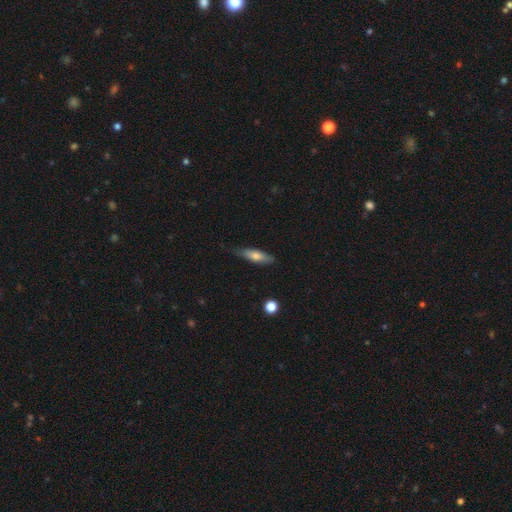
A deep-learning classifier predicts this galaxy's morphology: This appears to be a smooth galaxy with no disk features (65%) that is cigar-shaped (62%). Merging: none (72%).